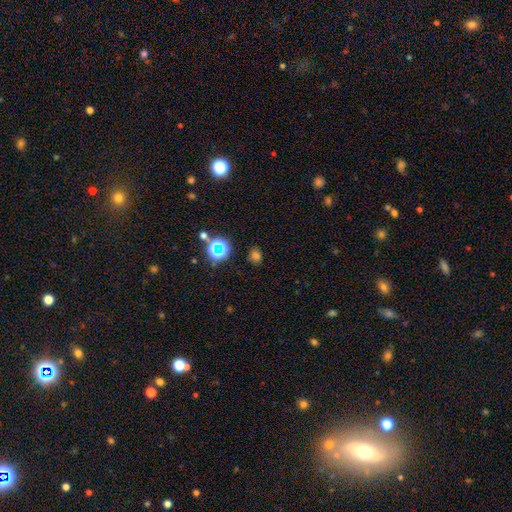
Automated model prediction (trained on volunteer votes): smooth-or-featured: smooth: 63% | star or artifact: 31% | featured or disk: 7%
  how-rounded: round: 74% | in between: 25% | cigar-shaped: 1%
  merging: none: 82% | minor disturbance: 11% | major disturbance: 4% | merger: 3%